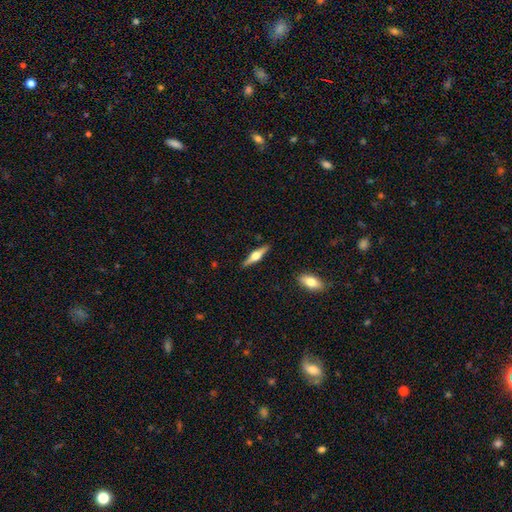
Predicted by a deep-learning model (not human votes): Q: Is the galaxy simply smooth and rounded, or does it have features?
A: featured or disk — 70%.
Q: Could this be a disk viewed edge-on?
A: yes — 97%.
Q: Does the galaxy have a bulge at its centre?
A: rounded — 93%.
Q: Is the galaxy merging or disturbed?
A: none — 90%.